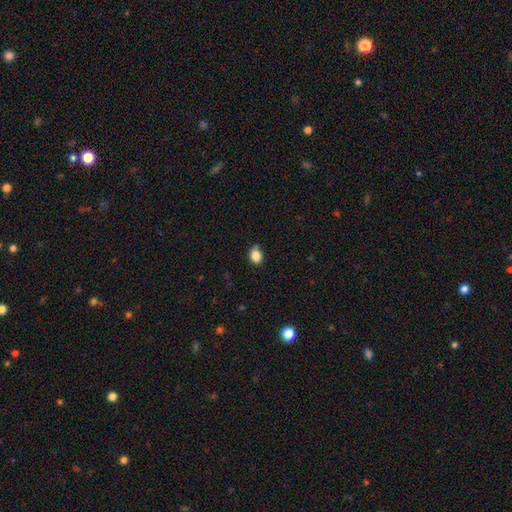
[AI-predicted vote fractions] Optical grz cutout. It shows a smooth galaxy with no disk features (86%) that is in between round and cigar-shaped (74%). Merging: none (71%).